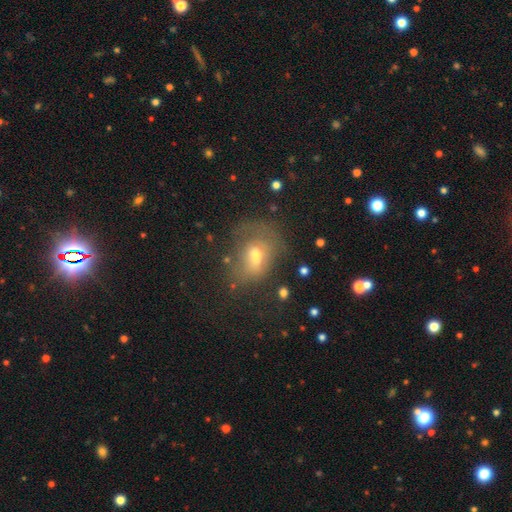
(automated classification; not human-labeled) smooth 52%, featured or disk 28%, star or artifact 20%. Down the decision tree: how rounded — in between (59%); merging — none (51%).